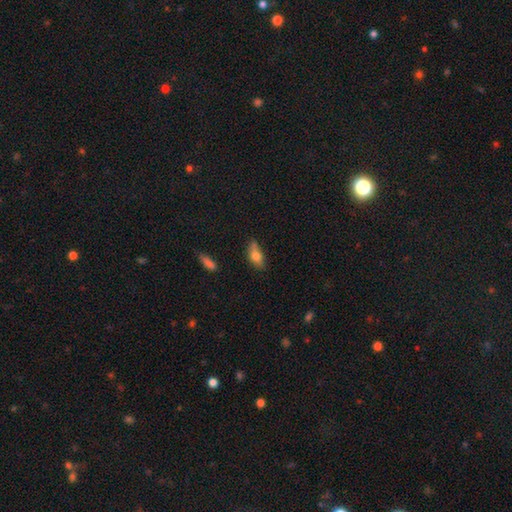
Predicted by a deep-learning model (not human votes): This is likely a smooth galaxy (74%). How rounded: likely in between (78%). Merging: possibly none (57%).